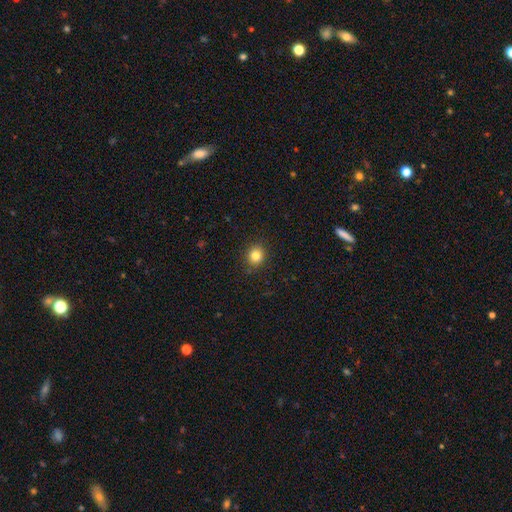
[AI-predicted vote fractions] smooth 83%, star or artifact 12%, featured or disk 6%. Down the decision tree: how rounded — round (84%); merging — none (89%).